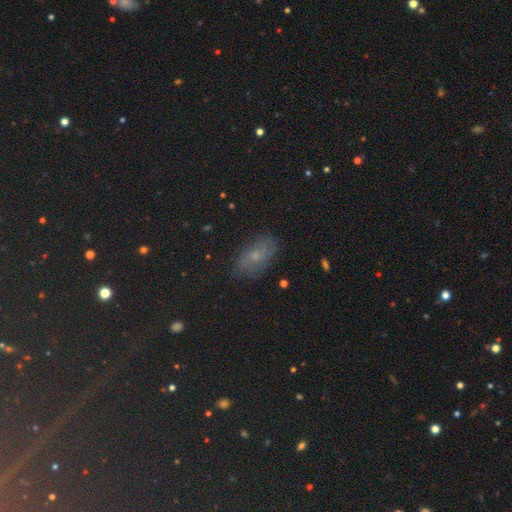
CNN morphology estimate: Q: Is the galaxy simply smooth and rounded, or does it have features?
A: smooth — 50%.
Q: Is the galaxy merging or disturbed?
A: none — 77%.